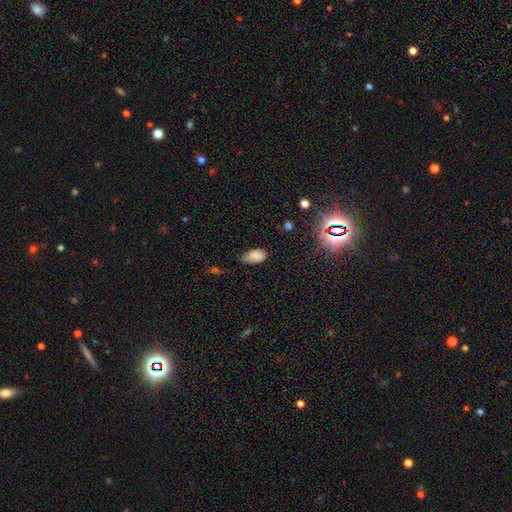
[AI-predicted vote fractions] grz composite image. It shows a smooth galaxy with no disk features (83%) that is in between round and cigar-shaped (93%). Merging: none (58%).